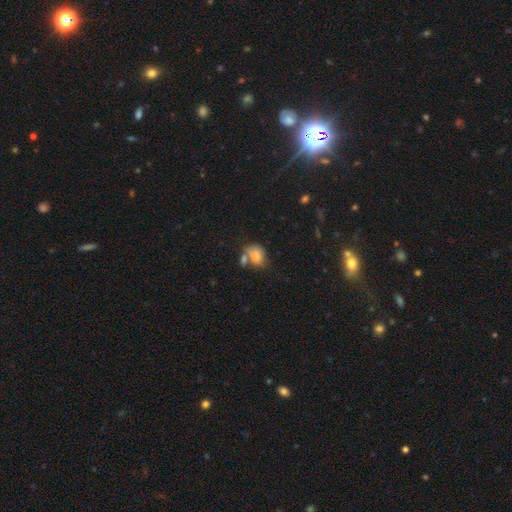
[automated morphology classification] This is likely a smooth galaxy (74%). How rounded: likely in between (70%). Merging: marginally merger (42%).